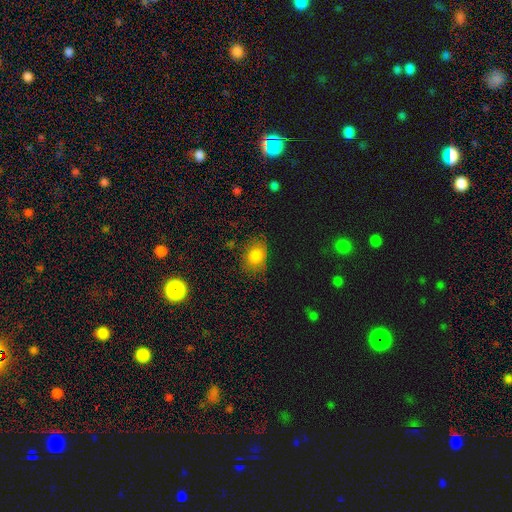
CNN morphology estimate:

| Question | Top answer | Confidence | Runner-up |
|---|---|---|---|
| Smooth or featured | smooth | 80% | star or artifact (12%) |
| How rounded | in between | 65% | round (34%) |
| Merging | none | 69% | minor disturbance (23%) |